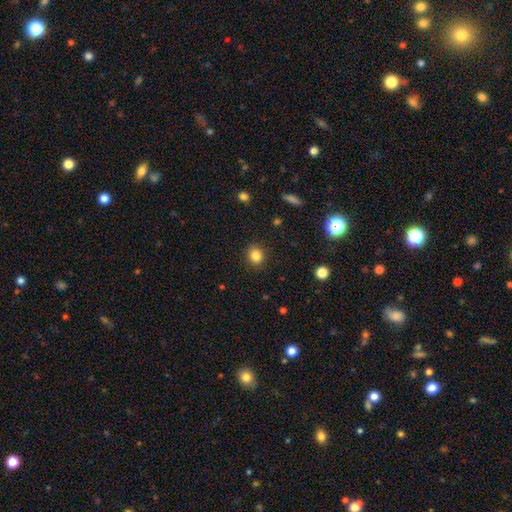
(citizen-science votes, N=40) Volunteers were most divided on "how rounded": in between: 53%, round: 44%, cigar-shaped: 3%. More confident: merging — none (84%); smooth or featured — smooth (80%).